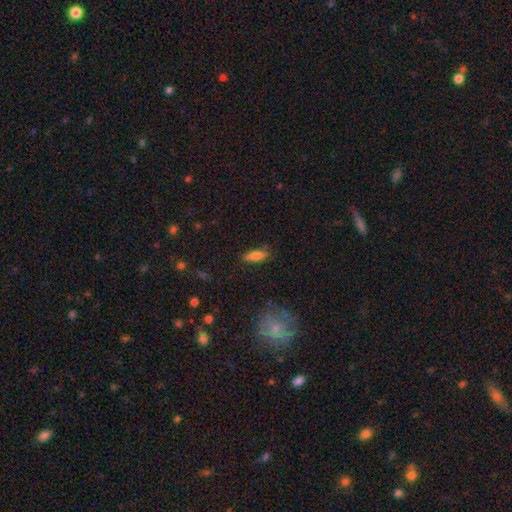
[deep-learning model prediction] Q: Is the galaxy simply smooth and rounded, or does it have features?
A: smooth — 81%.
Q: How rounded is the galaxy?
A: in between — 54%.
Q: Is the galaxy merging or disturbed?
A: none — 80%.